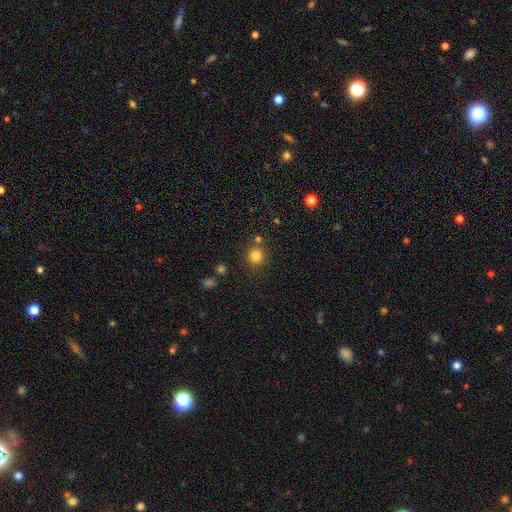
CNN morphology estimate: A smooth galaxy with no disk features (82%) that is round (91%). Merging: none (77%).